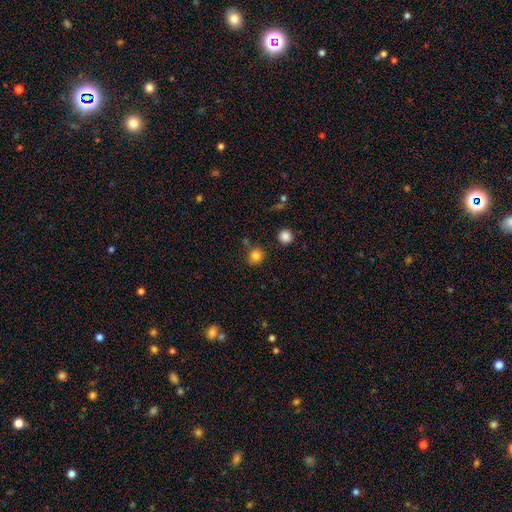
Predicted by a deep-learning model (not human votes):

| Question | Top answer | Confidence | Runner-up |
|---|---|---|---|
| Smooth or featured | smooth | 83% | star or artifact (12%) |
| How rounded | round | 87% | in between (12%) |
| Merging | none | 82% | minor disturbance (10%) |